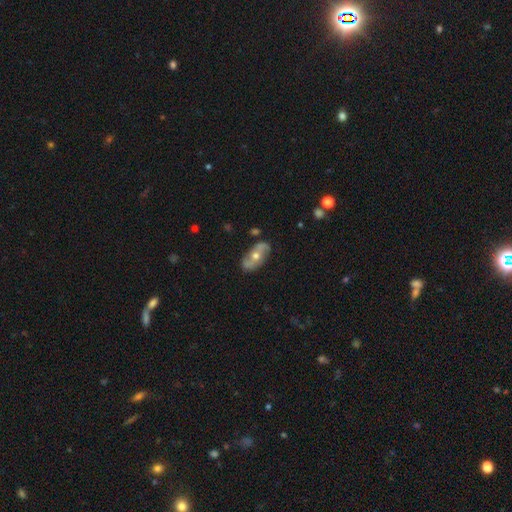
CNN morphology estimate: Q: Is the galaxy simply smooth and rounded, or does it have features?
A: featured or disk — 67%.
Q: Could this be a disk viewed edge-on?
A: no — 87%.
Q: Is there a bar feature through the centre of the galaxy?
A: no — 71%.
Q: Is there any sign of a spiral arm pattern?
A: yes — 69%.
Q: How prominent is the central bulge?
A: moderate — 75%.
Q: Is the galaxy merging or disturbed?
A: none — 79%.